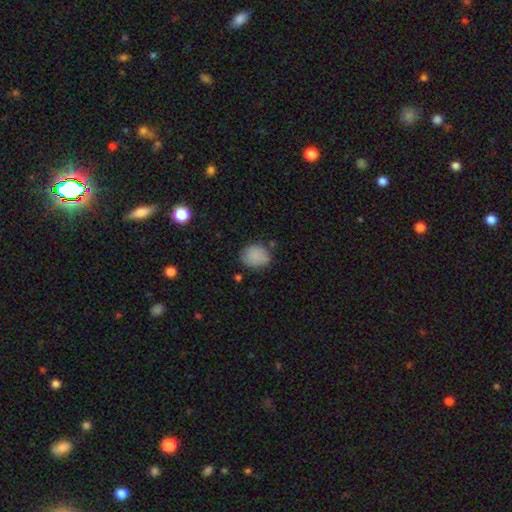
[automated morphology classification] A smooth galaxy with no disk features (83%) that is round (63%). Merging: none (72%).